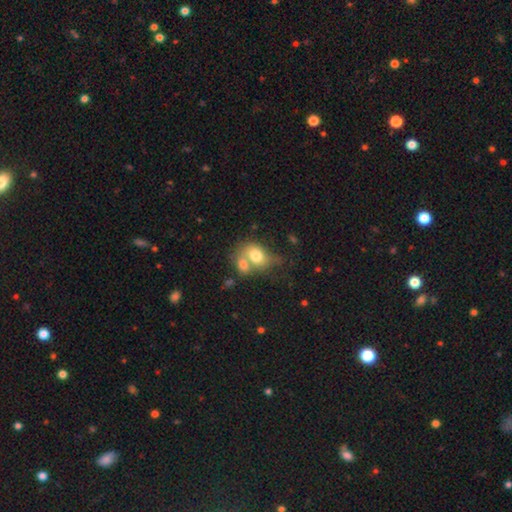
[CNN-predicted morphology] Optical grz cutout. It shows a smooth galaxy with no disk features (74%) that is in between round and cigar-shaped (64%). Merging: merger (60%).